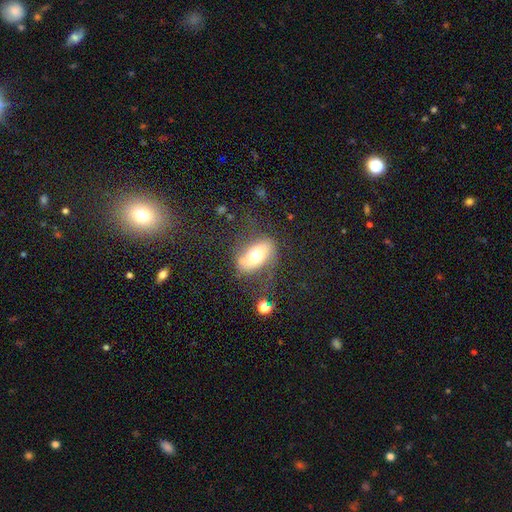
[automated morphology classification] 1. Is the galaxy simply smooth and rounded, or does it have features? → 47% smooth, 44% featured or disk, 9% star or artifact.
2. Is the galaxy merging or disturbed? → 63% none, 20% minor disturbance, 14% major disturbance, 3% merger.